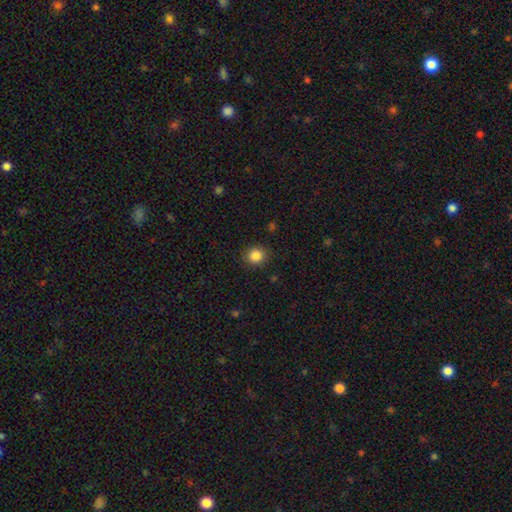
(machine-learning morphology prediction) Smooth or featured? smooth (86%)
How rounded? round (83%)
Merging? none (88%)